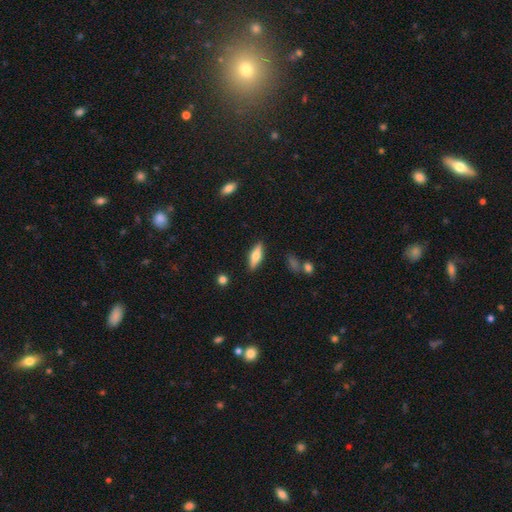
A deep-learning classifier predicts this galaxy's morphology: type=smooth (63%); roundness=in between (51%); merging=none (87%).